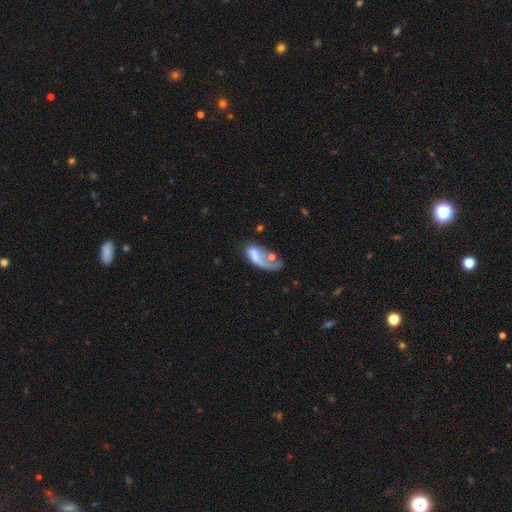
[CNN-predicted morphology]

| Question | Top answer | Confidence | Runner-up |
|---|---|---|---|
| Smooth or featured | smooth | 50% | featured or disk (41%) |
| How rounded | in between | 85% | cigar-shaped (10%) |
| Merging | major disturbance | 44% | none (23%) |